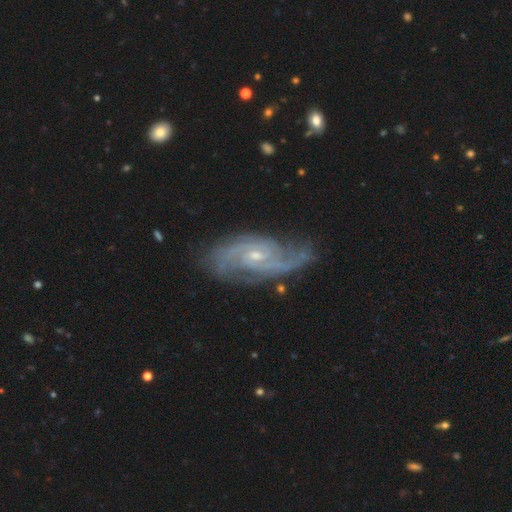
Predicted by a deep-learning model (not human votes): Smooth or featured? Predicted: featured or disk (p=0.89). Edge-on disk? Predicted: no (p=0.95). Bar? Predicted: no (p=0.54). Spiral arms? Predicted: yes (p=0.97). Spiral winding? Predicted: medium (p=0.50). Spiral arm count? Predicted: 2 (p=0.61). Bulge size? Predicted: small (p=0.71). Merging? Predicted: none (p=0.70).